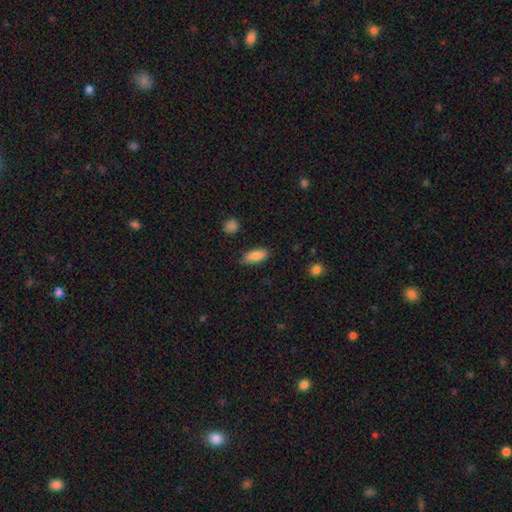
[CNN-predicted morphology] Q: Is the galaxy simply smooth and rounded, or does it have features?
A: smooth — 87%.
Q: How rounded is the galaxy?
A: in between — 82%.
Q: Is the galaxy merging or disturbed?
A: none — 85%.